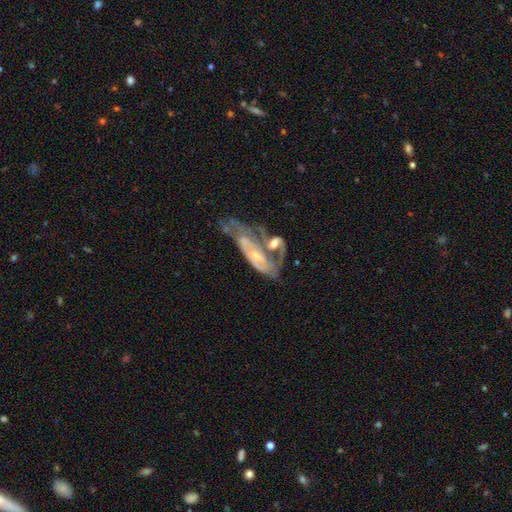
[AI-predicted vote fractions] Smooth or featured: featured or disk — 74% (smooth — 18%)
Edge-on disk: no — 88% (yes — 12%)
Bar: no — 60% (weak — 29%)
Spiral arms: yes — 75% (no — 25%)
Bulge size: small — 59% (moderate — 32%)
Merging: merger — 48% (major disturbance — 21%)